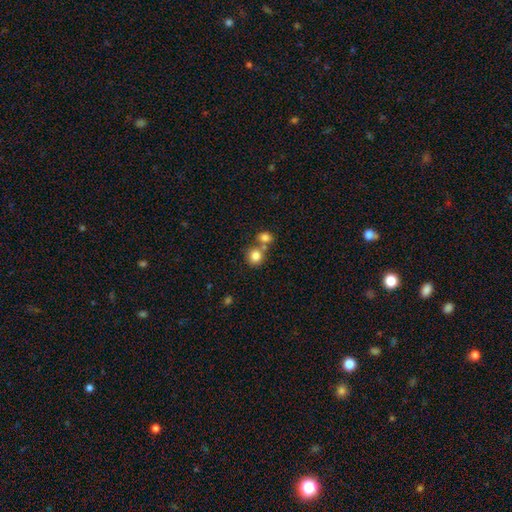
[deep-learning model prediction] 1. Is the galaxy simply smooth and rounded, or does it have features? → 81% smooth, 10% star or artifact, 8% featured or disk.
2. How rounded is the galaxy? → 82% round, 18% in between, 1% cigar-shaped.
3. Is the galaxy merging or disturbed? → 52% none, 37% merger, 8% minor disturbance, 3% major disturbance.